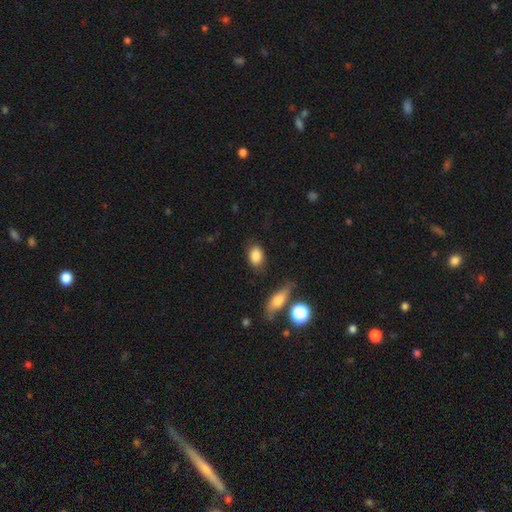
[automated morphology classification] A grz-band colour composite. It shows a smooth galaxy with no disk features (85%) that is in between round and cigar-shaped (80%). Merging: none (78%).